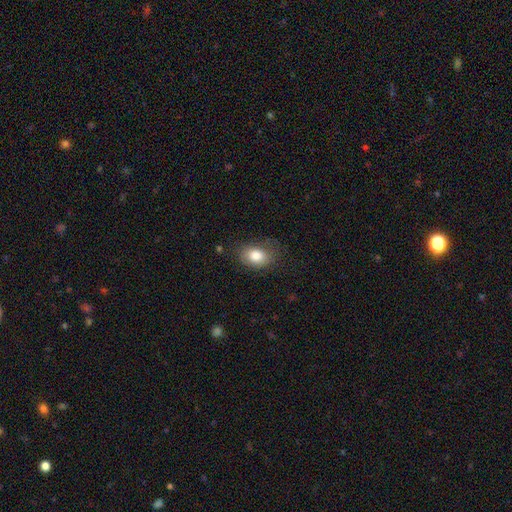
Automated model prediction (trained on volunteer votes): Smooth or featured?
  - smooth: 82% *
  - featured or disk: 10%
  - star or artifact: 8%
How rounded?
  - in between: 80% *
  - round: 19%
  - cigar-shaped: 1%
Merging?
  - none: 70% *
  - minor disturbance: 21%
  - major disturbance: 7%
  - merger: 1%